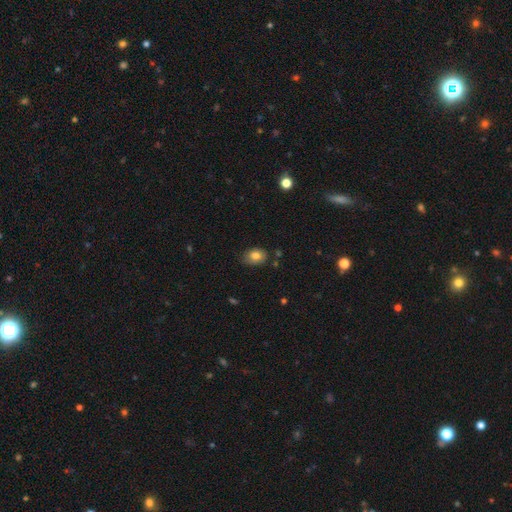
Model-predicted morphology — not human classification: Overall: smooth (80%). How rounded: in between (70%). Merging: none (72%).